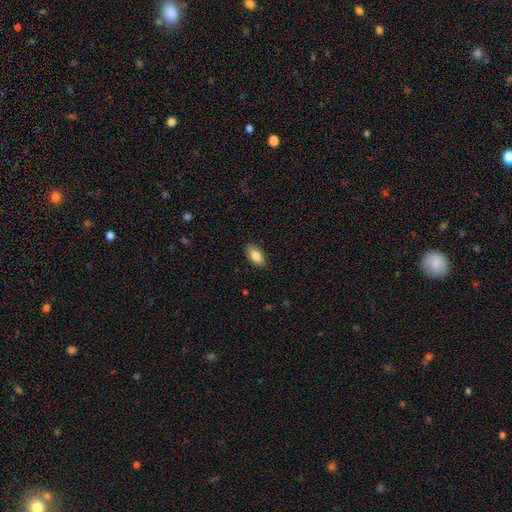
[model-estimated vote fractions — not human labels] smooth 85%, featured or disk 8%, star or artifact 7%. Down the decision tree: how rounded — in between (91%); merging — none (88%).